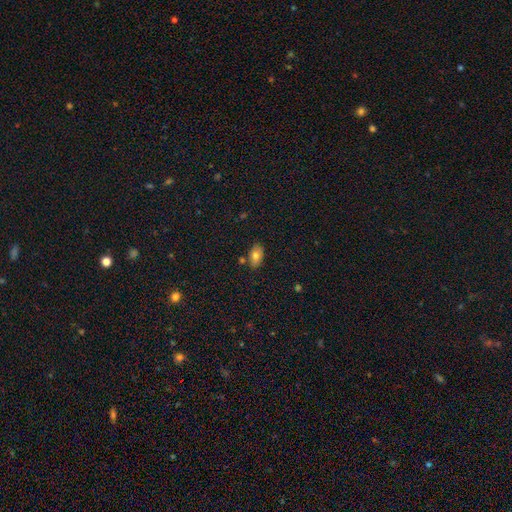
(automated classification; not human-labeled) A smooth galaxy with no disk features (77%) that is in between round and cigar-shaped (90%). Merging: none (77%).